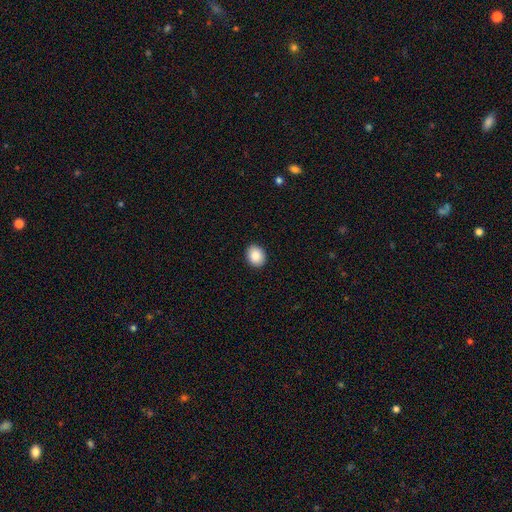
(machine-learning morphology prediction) Smooth or featured? smooth (88%)
How rounded? round (51%)
Merging? none (91%)